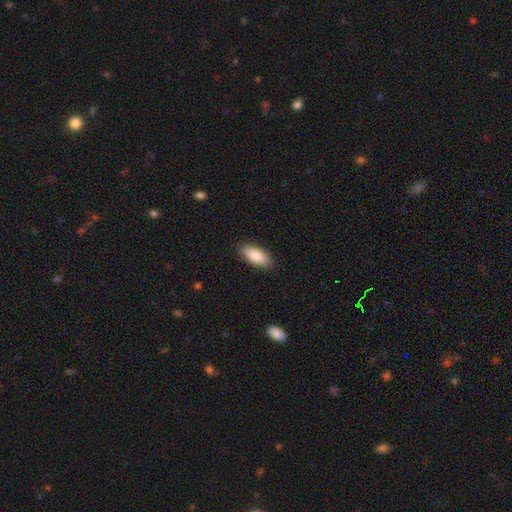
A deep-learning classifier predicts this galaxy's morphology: A smooth galaxy with no disk features (87%) that is in between round and cigar-shaped (88%). Merging: none (89%).